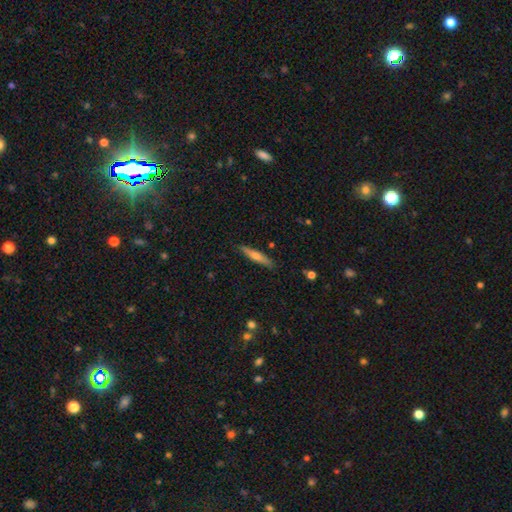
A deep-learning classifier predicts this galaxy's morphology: Q: Smooth or featured?
A: smooth (49%); runner-up: featured or disk (45%)
Q: Merging?
A: none (88%); runner-up: minor disturbance (9%)